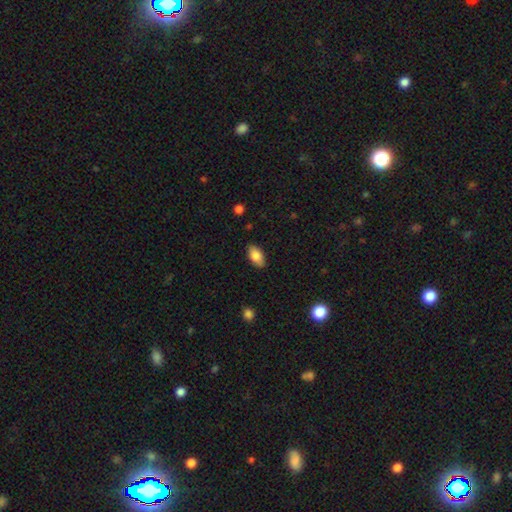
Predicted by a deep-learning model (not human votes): Smooth or featured?
  - smooth: 83% *
  - featured or disk: 10%
  - star or artifact: 7%
How rounded?
  - in between: 92% *
  - cigar-shaped: 4%
  - round: 4%
Merging?
  - none: 87% *
  - minor disturbance: 10%
  - major disturbance: 2%
  - merger: 1%